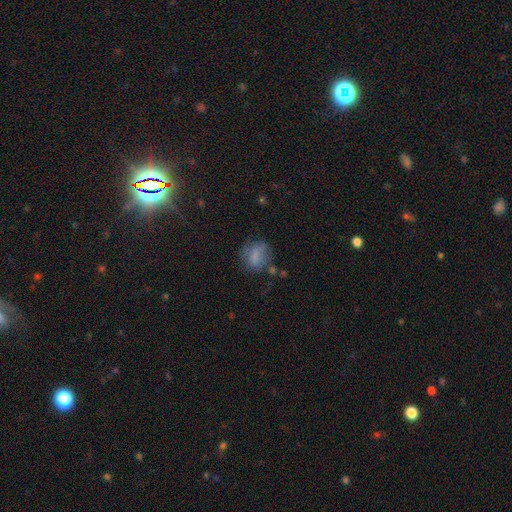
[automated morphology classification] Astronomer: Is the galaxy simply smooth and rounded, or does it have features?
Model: smooth — 71%.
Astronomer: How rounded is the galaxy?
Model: round — 56% (runner-up: in between, 43%).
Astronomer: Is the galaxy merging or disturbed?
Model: none — 53%.